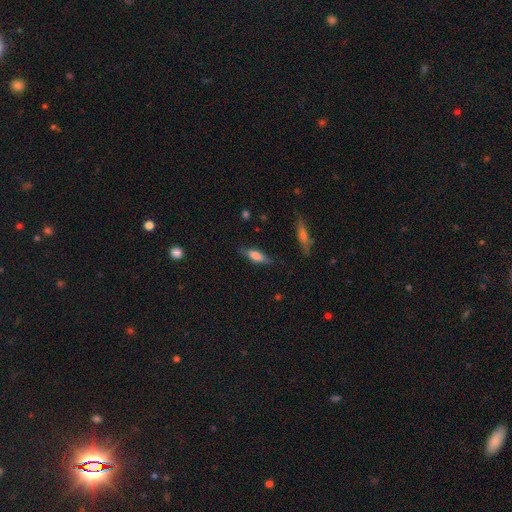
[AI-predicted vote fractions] Q: Smooth or featured?
A: smooth (69%); runner-up: featured or disk (24%)
Q: How rounded?
A: in between (51%); runner-up: cigar-shaped (46%)
Q: Merging?
A: none (81%); runner-up: minor disturbance (14%)